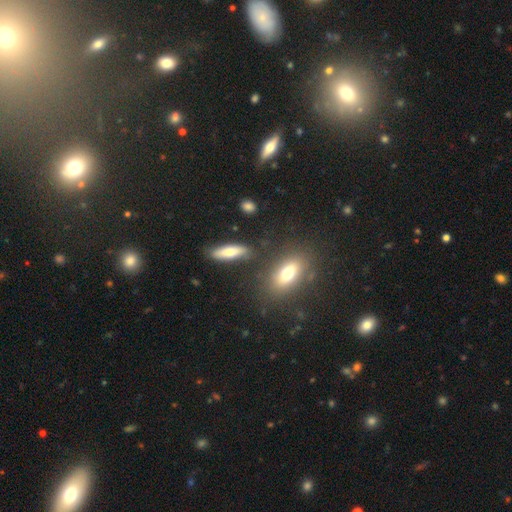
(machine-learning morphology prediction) This is possibly a smooth galaxy (56%). How rounded: likely in between (78%). Merging: likely none (80%).